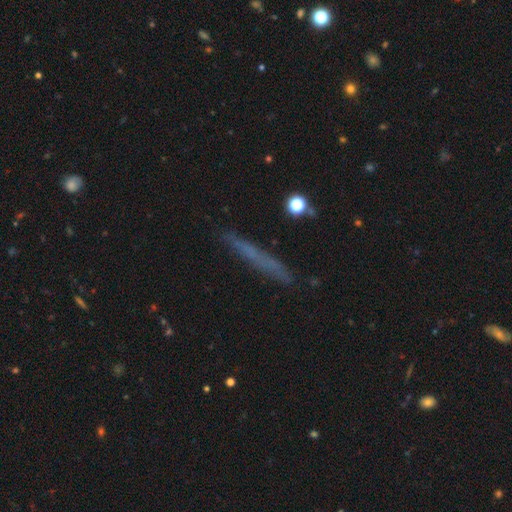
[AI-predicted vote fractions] smooth_or_featured: smooth (p=0.51) [alt: featured or disk p=0.37]
how_rounded: cigar-shaped (p=0.94) [alt: in between p=0.03]
merging: none (p=0.87) [alt: minor disturbance p=0.09]